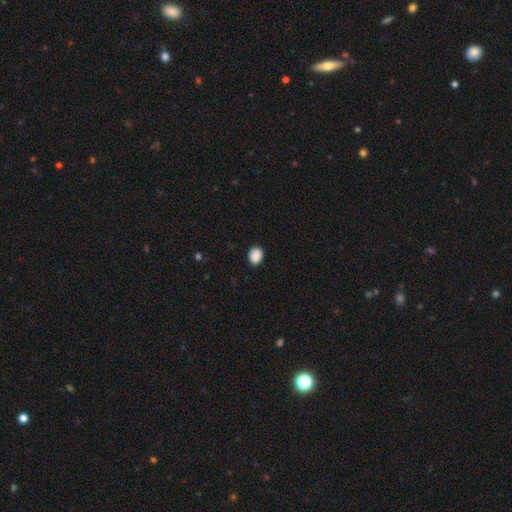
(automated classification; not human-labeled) Smooth or featured?
  - smooth: 89% *
  - star or artifact: 8%
  - featured or disk: 3%
How rounded?
  - in between: 53% *
  - round: 46%
  - cigar-shaped: 1%
Merging?
  - none: 88% *
  - minor disturbance: 9%
  - major disturbance: 2%
  - merger: 1%